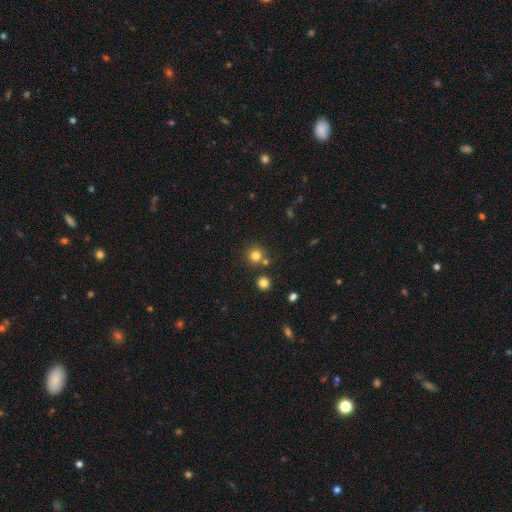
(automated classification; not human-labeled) Overall: smooth (79%). How rounded: round (92%). Merging: none (75%).